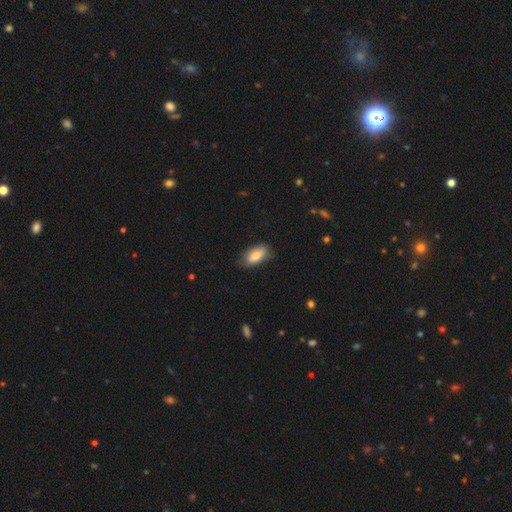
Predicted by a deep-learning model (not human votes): This is clearly a smooth galaxy (80%). How rounded: clearly in between (86%). Merging: likely none (72%).